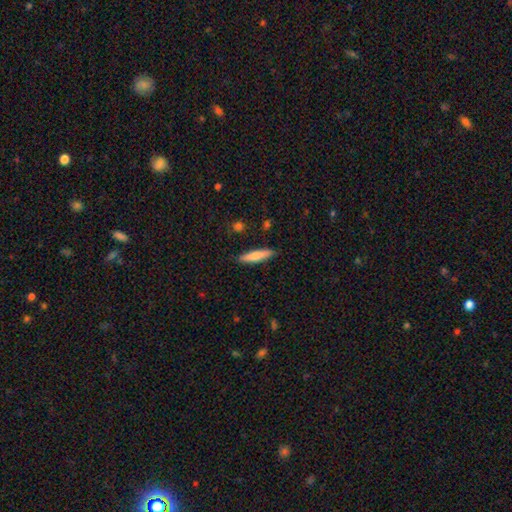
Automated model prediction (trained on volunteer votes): This is likely a smooth galaxy (75%). How rounded: clearly cigar-shaped (84%). Merging: clearly none (89%).